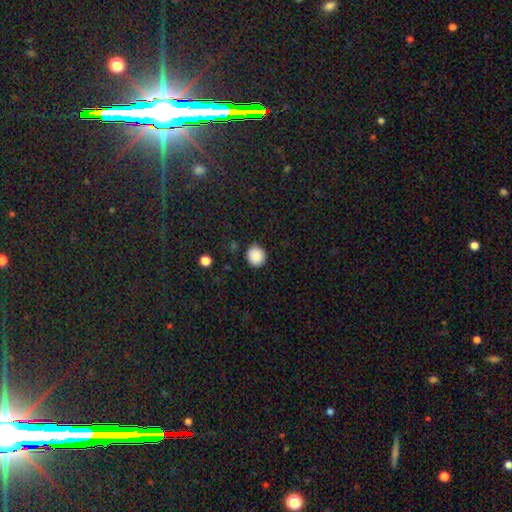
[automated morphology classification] Smooth or featured: smooth — 88% (star or artifact — 9%)
How rounded: round — 92% (in between — 8%)
Merging: none — 89% (minor disturbance — 8%)